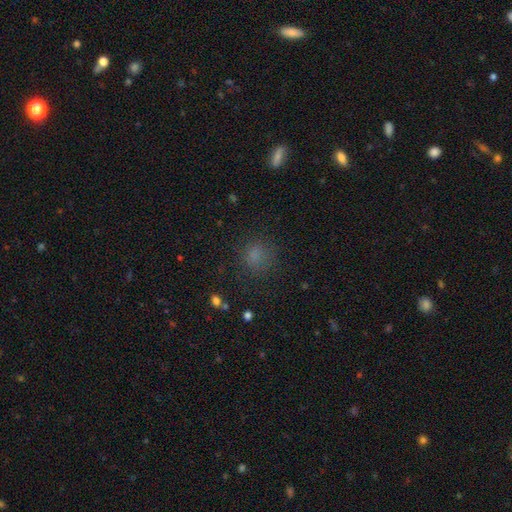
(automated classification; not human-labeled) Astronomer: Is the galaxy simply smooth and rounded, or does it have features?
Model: smooth — 74%.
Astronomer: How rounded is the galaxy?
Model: round — 82%.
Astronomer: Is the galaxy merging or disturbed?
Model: none — 79%.